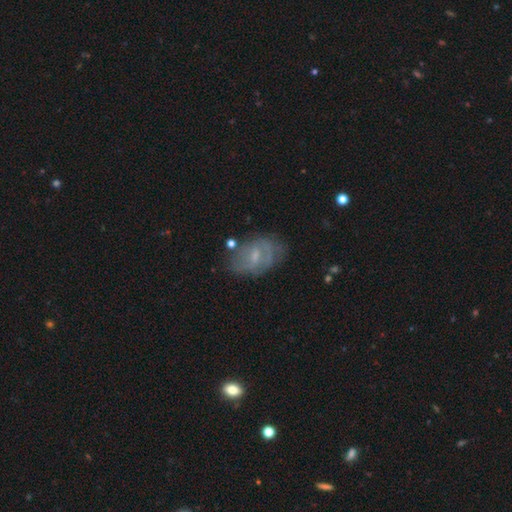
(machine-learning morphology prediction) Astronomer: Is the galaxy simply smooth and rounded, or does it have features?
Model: featured or disk — 61%.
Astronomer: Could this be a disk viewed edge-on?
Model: no — 95%.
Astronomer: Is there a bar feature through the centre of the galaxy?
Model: weak — 54% (runner-up: no, 36%).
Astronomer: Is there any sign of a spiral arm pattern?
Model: yes — 68%.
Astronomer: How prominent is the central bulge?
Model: small — 55%.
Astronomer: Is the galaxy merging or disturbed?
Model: none — 64%.